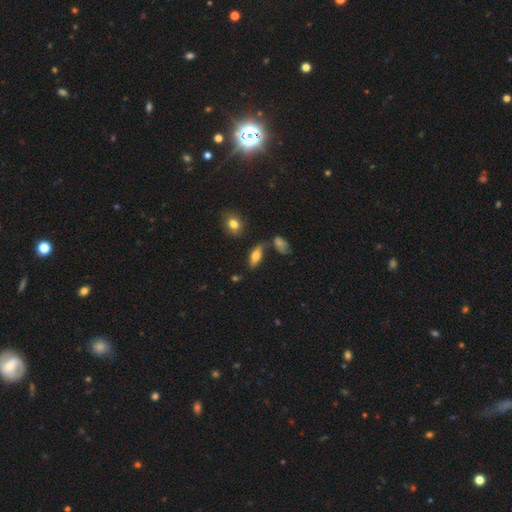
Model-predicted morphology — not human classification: Q: Smooth or featured?
A: smooth (62%); runner-up: featured or disk (29%)
Q: How rounded?
A: in between (71%); runner-up: cigar-shaped (25%)
Q: Merging?
A: none (61%); runner-up: minor disturbance (19%)